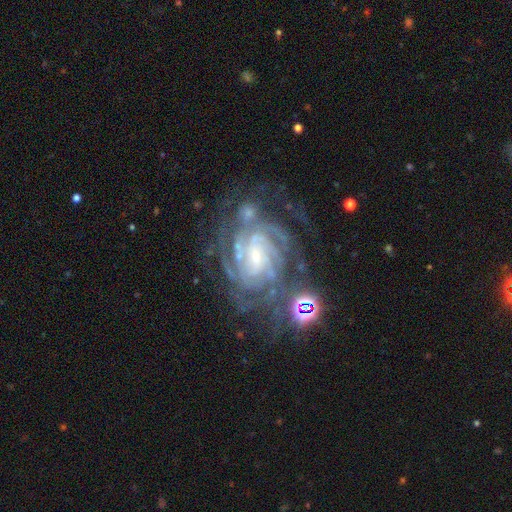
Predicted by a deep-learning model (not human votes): Morphology: type=featured or disk (90%); edge-on=no (98%); bar=weak (43%); spiral arms=yes (98%); winding=tight (73%); arm count=4 (32%); bulge=small (76%); merging=none (61%).